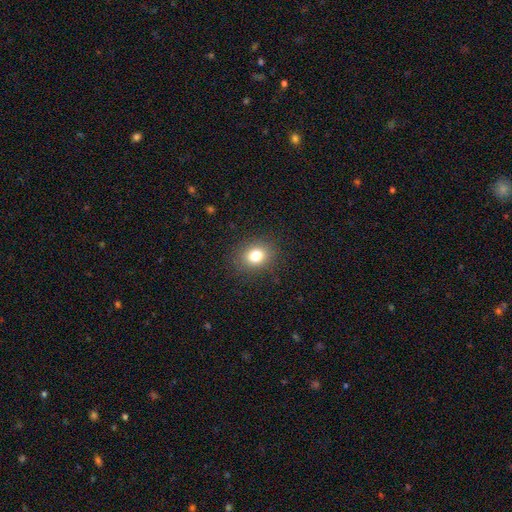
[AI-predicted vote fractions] Overall: smooth (80%). How rounded: round (57%; in between 42%). Merging: none (88%).